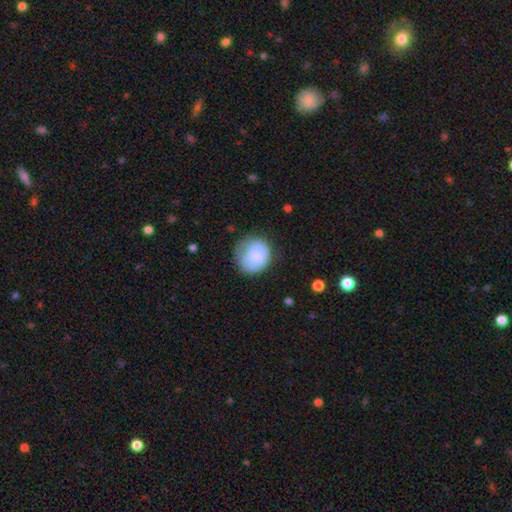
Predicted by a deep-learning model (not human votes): A smooth galaxy with no disk features (65%) that is round (78%). Merging: none (58%).